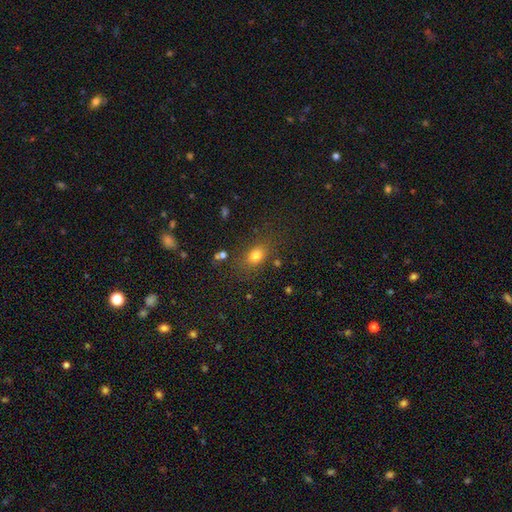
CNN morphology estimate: A smooth galaxy with no disk features (77%) that is in between round and cigar-shaped (63%).

Vote fractions:
- Smooth or featured? smooth: 77% / star or artifact: 15% / featured or disk: 8%
- How rounded? in between: 63% / round: 35% / cigar-shaped: 2%
- Merging? none: 76% / minor disturbance: 14% / major disturbance: 6% / merger: 4%